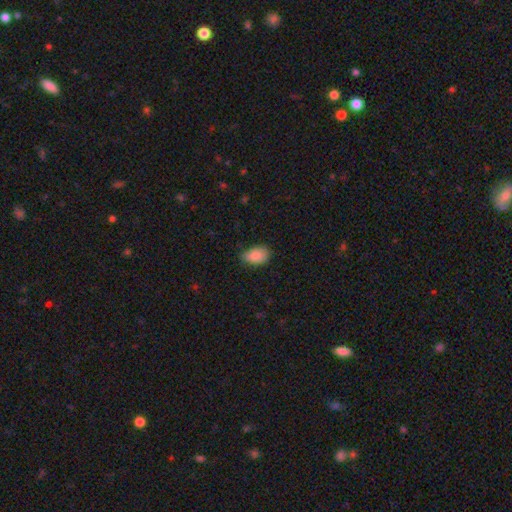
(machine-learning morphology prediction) A smooth galaxy with no disk features (87%) that is in between round and cigar-shaped (85%). Merging: none (66%).